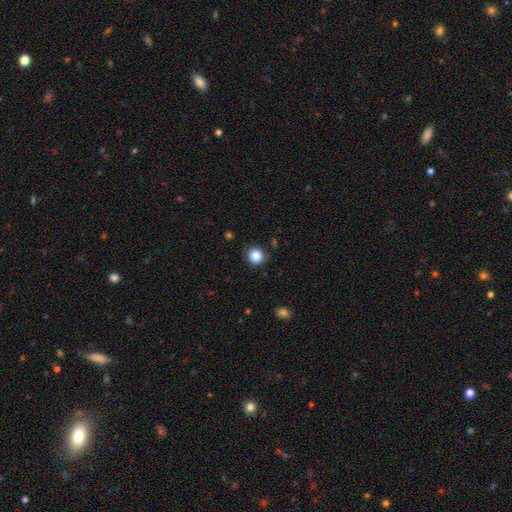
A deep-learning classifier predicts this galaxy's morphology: smooth_or_featured: smooth (p=0.86) [alt: star or artifact p=0.10]
how_rounded: round (p=0.91) [alt: in between p=0.08]
merging: none (p=0.86) [alt: minor disturbance p=0.10]